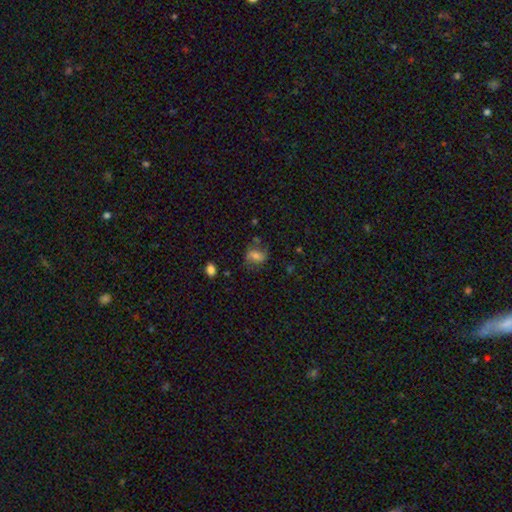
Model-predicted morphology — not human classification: Smooth or featured? smooth (62%)
How rounded? in between (64%)
Merging? none (63%)